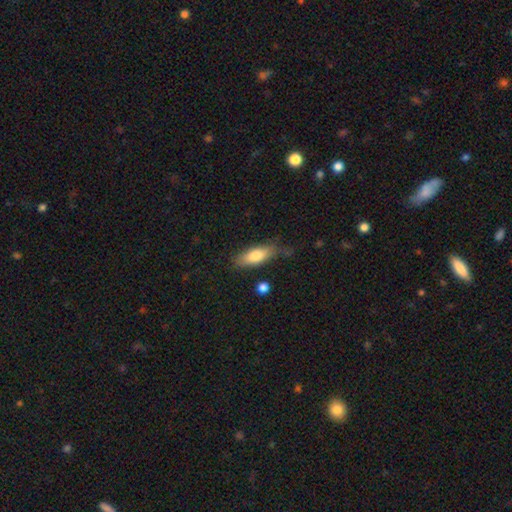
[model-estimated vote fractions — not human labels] This appears to be a smooth galaxy with no disk features (77%) that is in between round and cigar-shaped (66%). Merging: none (71%).